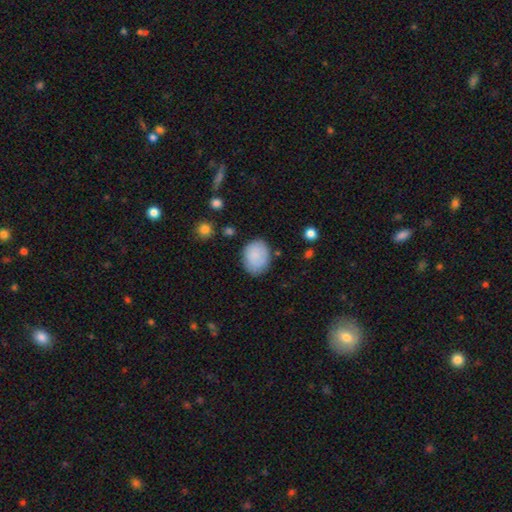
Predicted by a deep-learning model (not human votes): Q: Smooth or featured?
A: smooth (85%); runner-up: featured or disk (8%)
Q: How rounded?
A: in between (58%); runner-up: round (41%)
Q: Merging?
A: none (76%); runner-up: minor disturbance (17%)